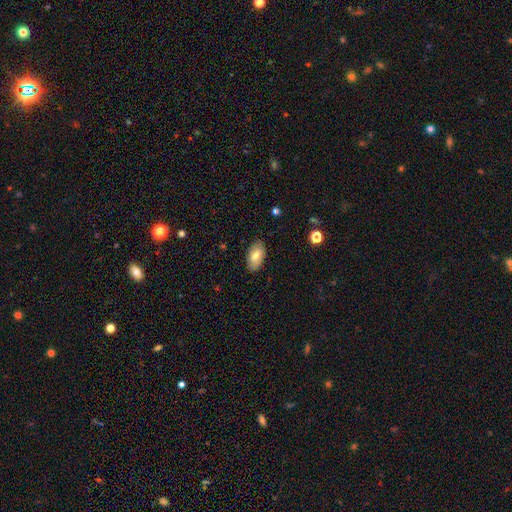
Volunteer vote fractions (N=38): A smooth galaxy with no disk features (89%) that is in between round and cigar-shaped (100%). Merging: none (84%).